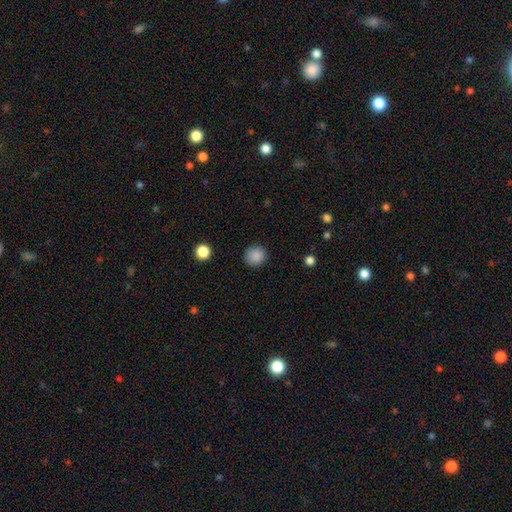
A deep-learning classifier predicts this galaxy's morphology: A smooth galaxy with no disk features (87%) that is round (92%). Merging: none (89%).